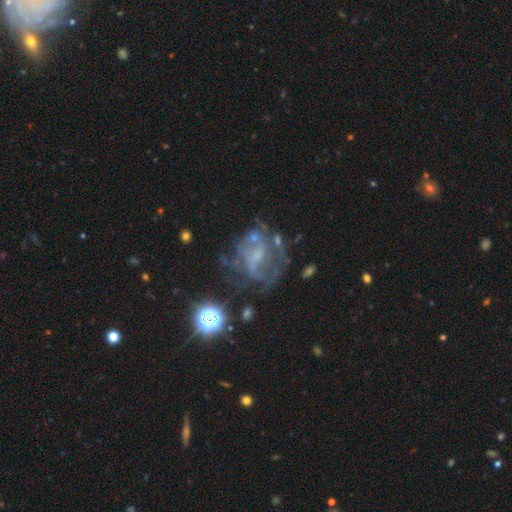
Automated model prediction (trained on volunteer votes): This is likely a featured or disk galaxy (64%). It is clearly not viewed edge-on (97%). Bar: possibly no (59%). Spiral arm pattern: possibly no (55%). Central bulge: possibly none (51%). Merging: marginally none (44%).